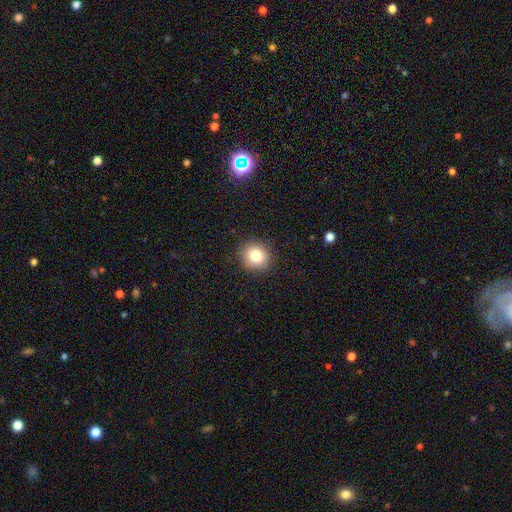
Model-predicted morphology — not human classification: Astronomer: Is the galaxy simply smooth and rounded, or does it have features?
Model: smooth — 82%.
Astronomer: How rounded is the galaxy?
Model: round — 83%.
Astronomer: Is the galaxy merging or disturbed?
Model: none — 89%.